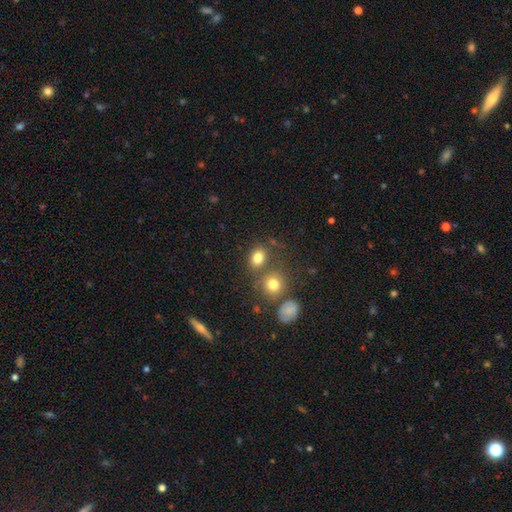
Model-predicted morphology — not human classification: This is likely a smooth galaxy (67%). How rounded: likely round (65%). Merging: possibly none (60%).